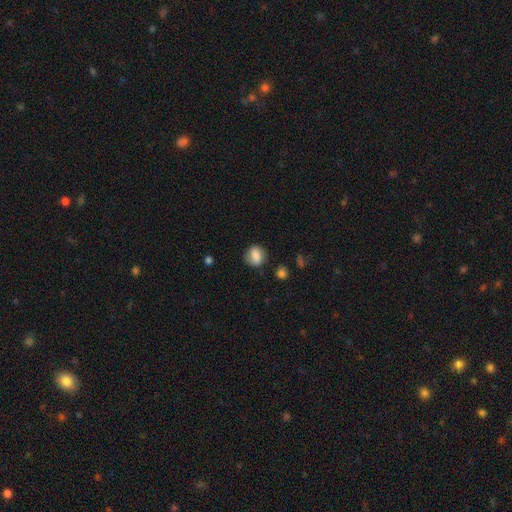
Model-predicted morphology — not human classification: The model was most divided on "how rounded": round: 58%, in between: 41%, cigar-shaped: 2%. More confident: merging — none (76%); smooth or featured — smooth (74%).